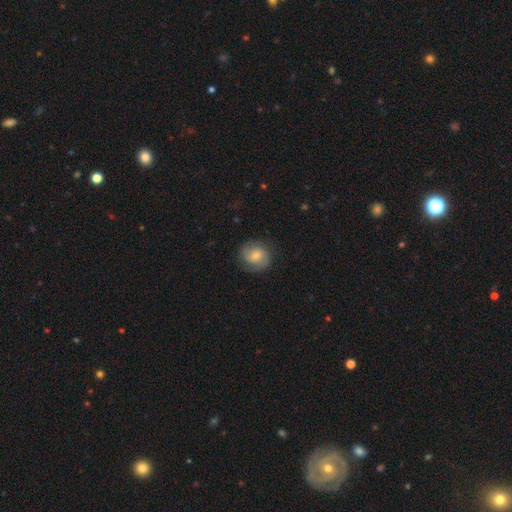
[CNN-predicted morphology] The model was most divided on "smooth or featured": featured or disk: 50%, smooth: 42%, star or artifact: 8%. More confident: edge-on disk — no (98%); merging — none (82%).